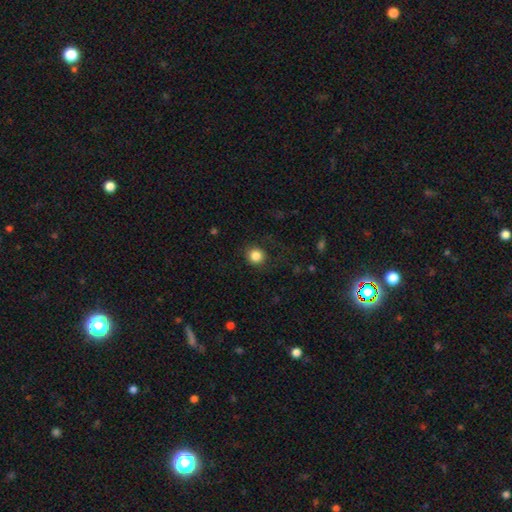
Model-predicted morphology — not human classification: Smooth or featured: smooth — 85% (star or artifact — 10%)
How rounded: round — 89% (in between — 10%)
Merging: none — 82% (minor disturbance — 11%)